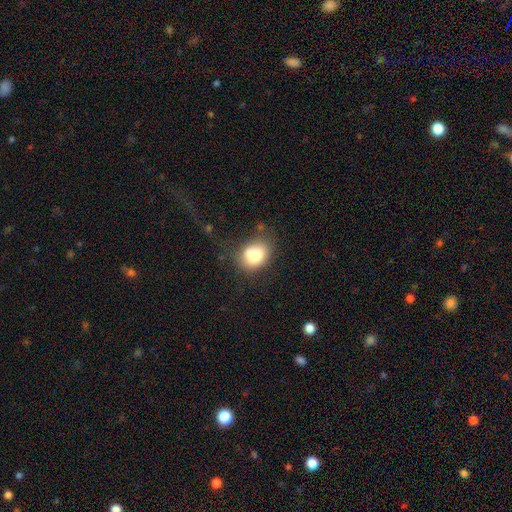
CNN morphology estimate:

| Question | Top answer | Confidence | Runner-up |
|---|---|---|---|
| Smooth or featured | smooth | 74% | featured or disk (15%) |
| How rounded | round | 51% | in between (48%) |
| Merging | none | 56% | minor disturbance (21%) |